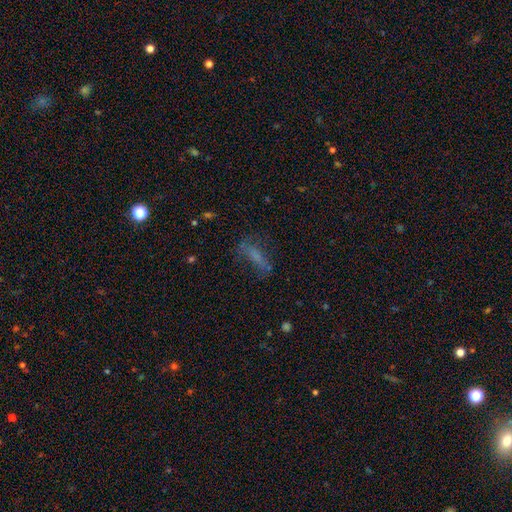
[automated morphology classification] Smooth or featured? Predicted: smooth (p=0.48). Merging? Predicted: none (p=0.50).